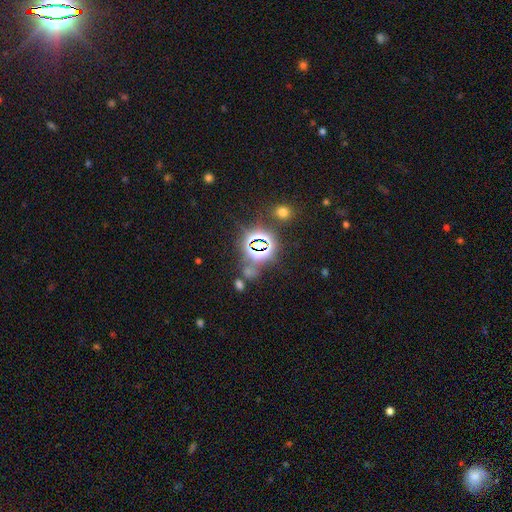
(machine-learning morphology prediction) Smooth or featured?
  - star or artifact: 80% *
  - smooth: 13%
  - featured or disk: 8%